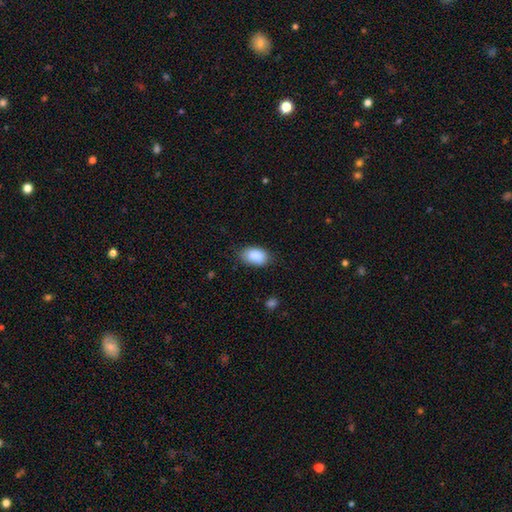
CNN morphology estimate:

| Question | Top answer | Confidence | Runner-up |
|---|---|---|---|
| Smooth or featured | smooth | 89% | star or artifact (7%) |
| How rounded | in between | 91% | round (8%) |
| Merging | none | 79% | minor disturbance (17%) |